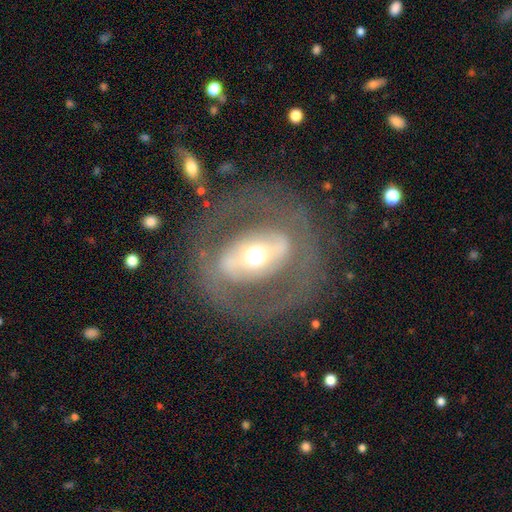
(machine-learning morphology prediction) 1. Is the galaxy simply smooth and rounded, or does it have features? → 67% featured or disk, 24% smooth, 9% star or artifact.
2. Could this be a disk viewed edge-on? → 90% no, 10% yes.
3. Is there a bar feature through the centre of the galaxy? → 38% no, 36% strong, 26% weak.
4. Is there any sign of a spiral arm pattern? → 55% no, 45% yes.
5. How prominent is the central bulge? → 60% moderate, 18% large, 16% small, 4% dominant, 1% none.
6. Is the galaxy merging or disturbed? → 72% none, 14% major disturbance, 12% minor disturbance, 2% merger.